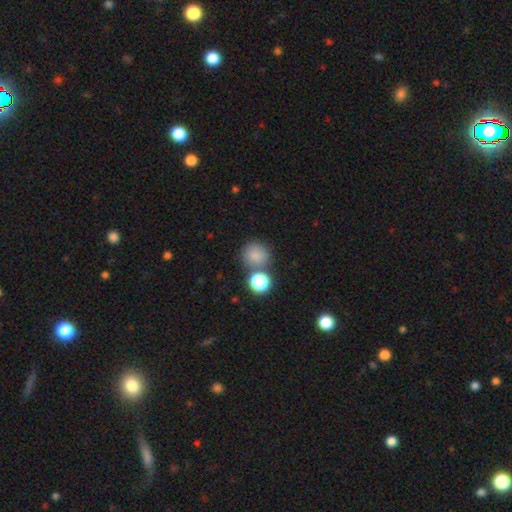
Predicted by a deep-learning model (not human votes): Overall: smooth (81%). How rounded: round (88%). Merging: none (66%).